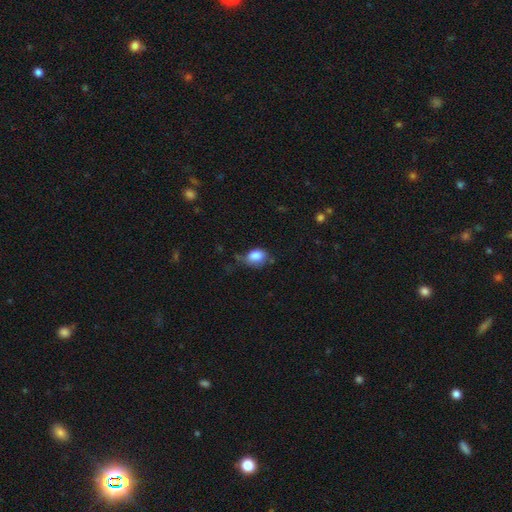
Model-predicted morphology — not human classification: The model was most divided on "merging": none: 46%, minor disturbance: 36%, major disturbance: 14%, merger: 4%. More confident: smooth or featured — smooth (84%); how rounded — in between (73%).